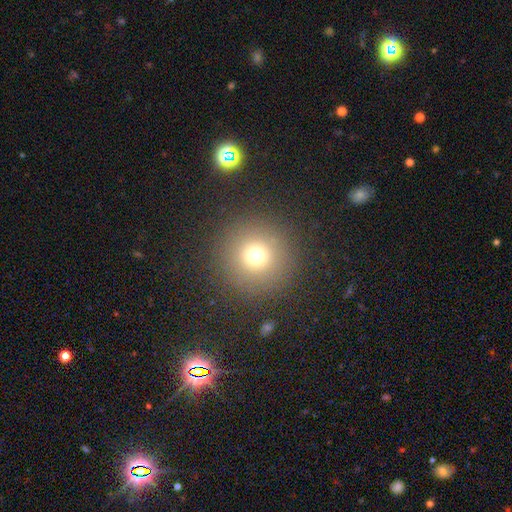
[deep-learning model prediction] A smooth galaxy with no disk features (71%) that is round (96%).

Vote fractions:
- Smooth or featured? smooth: 71% / star or artifact: 20% / featured or disk: 9%
- How rounded? round: 96% / in between: 3% / cigar-shaped: 1%
- Merging? none: 89% / minor disturbance: 6% / major disturbance: 4% / merger: 1%